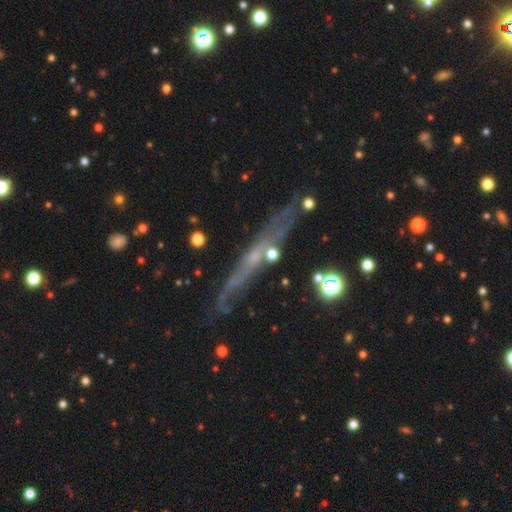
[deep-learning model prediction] This is likely a featured or disk galaxy (65%). It is likely viewed edge-on (77%). Edge-on bulge: possibly none (59%). Merging: likely none (72%).